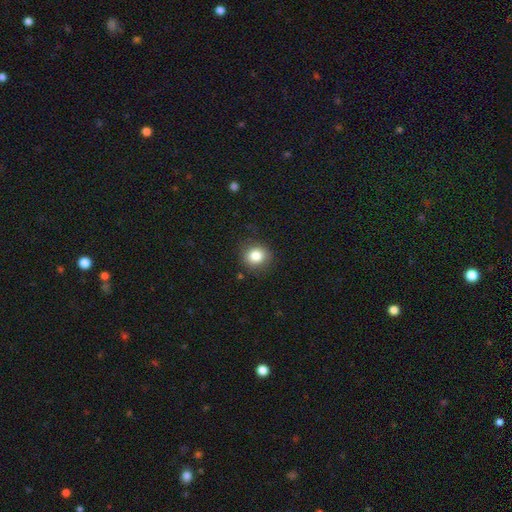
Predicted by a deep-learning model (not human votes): Smooth or featured? smooth (82%)
How rounded? round (82%)
Merging? none (85%)